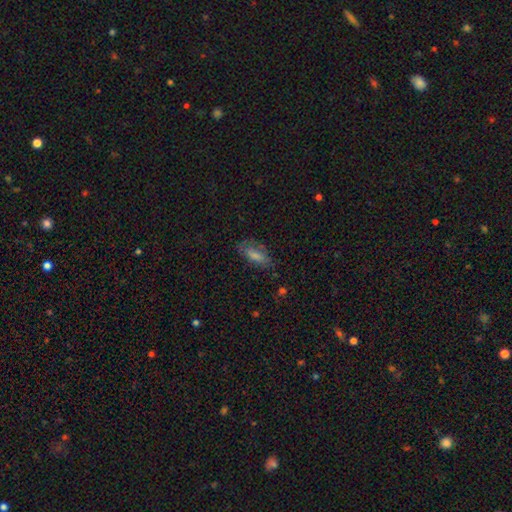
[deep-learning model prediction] Q: Smooth or featured?
A: smooth (59%); runner-up: featured or disk (27%)
Q: How rounded?
A: in between (73%); runner-up: cigar-shaped (23%)
Q: Merging?
A: none (67%); runner-up: minor disturbance (22%)